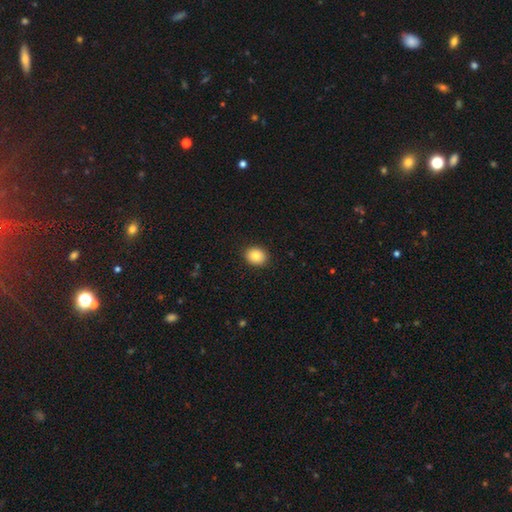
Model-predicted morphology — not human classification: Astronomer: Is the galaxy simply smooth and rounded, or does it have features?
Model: smooth — 85%.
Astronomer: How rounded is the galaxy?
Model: round — 56% (runner-up: in between, 43%).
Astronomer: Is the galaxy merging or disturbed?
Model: none — 91%.